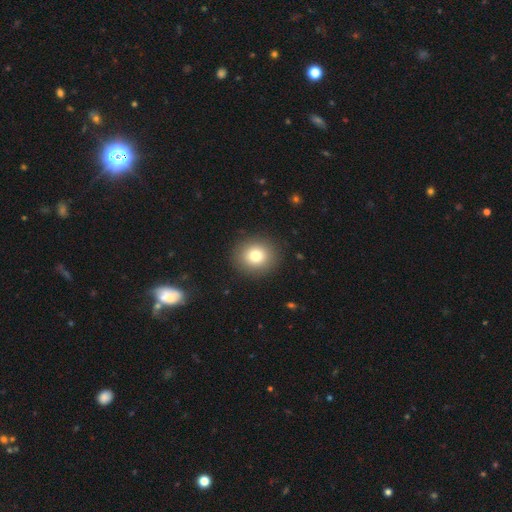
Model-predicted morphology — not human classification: A smooth galaxy with no disk features (79%) that is round (83%). Merging: none (90%).